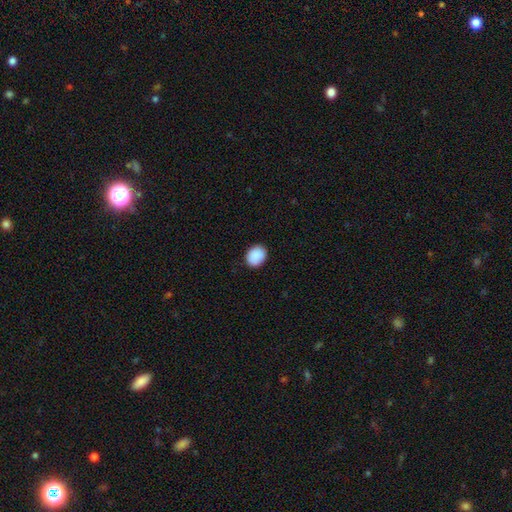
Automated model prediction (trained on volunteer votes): This appears to be a smooth galaxy with no disk features (90%) that is round (53%). Merging: none (88%).